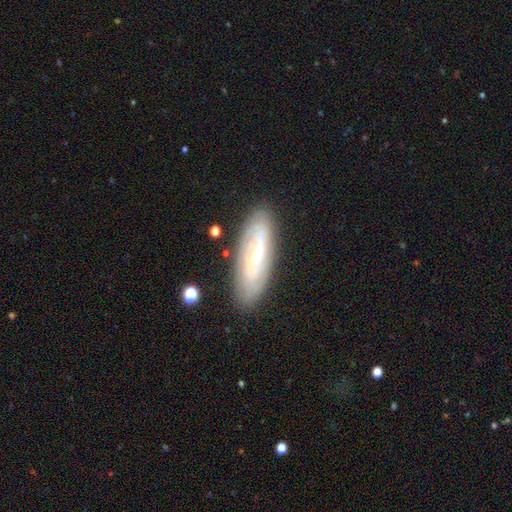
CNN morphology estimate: Smooth or featured? Predicted: featured or disk (p=0.64). Edge-on disk? Predicted: no (p=0.80). Bar? Predicted: no (p=0.49). Spiral arms? Predicted: yes (p=0.72). Bulge size? Predicted: small (p=0.74). Merging? Predicted: none (p=0.83).